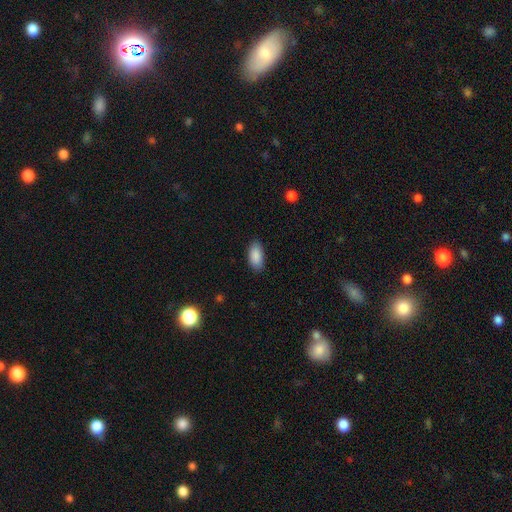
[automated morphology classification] A smooth galaxy with no disk features (89%) that is in between round and cigar-shaped (93%).

Vote fractions:
- Smooth or featured? smooth: 89% / star or artifact: 7% / featured or disk: 4%
- How rounded? in between: 93% / cigar-shaped: 5% / round: 3%
- Merging? none: 86% / minor disturbance: 10% / major disturbance: 2% / merger: 1%